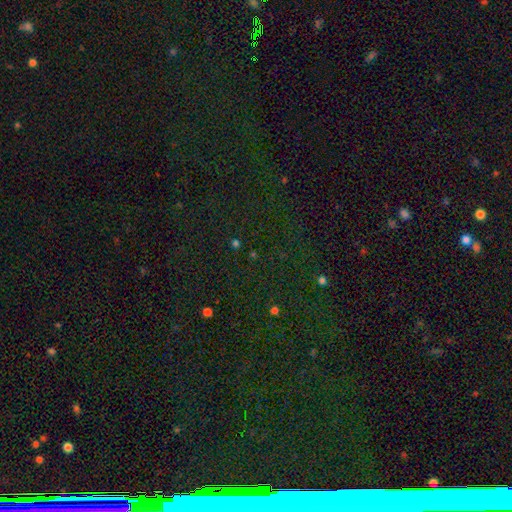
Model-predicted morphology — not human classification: A star or artifact, not a galaxy (79%).